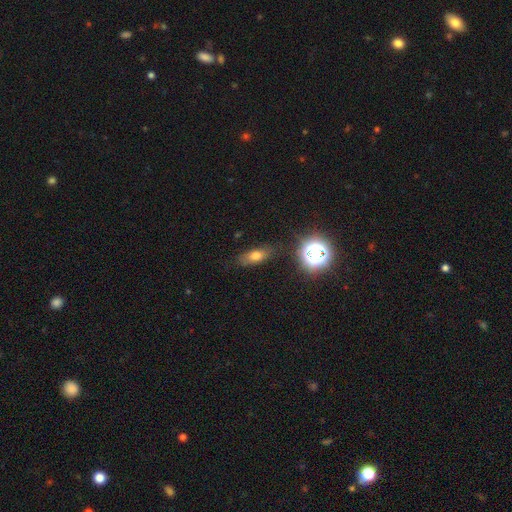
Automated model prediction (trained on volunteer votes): Overall: smooth (66%). How rounded: in between (70%). Merging: none (79%).